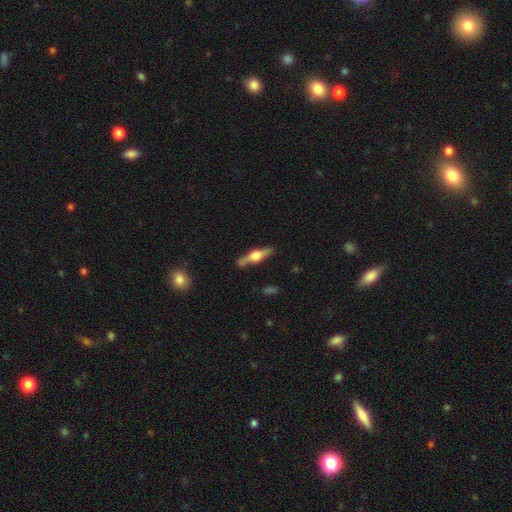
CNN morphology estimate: Smooth or featured? featured or disk (68%)
Edge-on disk? yes (96%)
Edge-on bulge? rounded (93%)
Merging? none (81%)